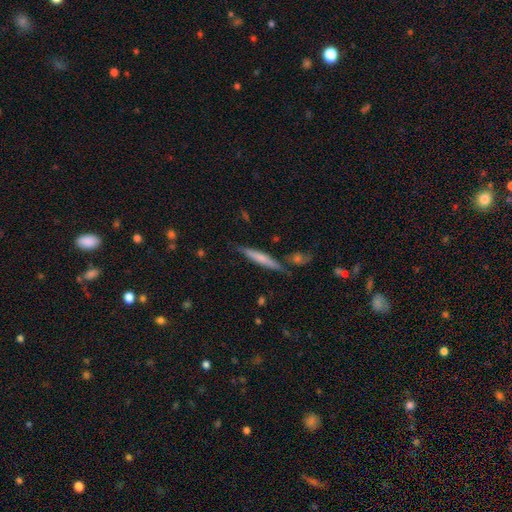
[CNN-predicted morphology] smooth_or_featured: smooth (p=0.48) [alt: featured or disk p=0.44]
merging: none (p=0.81) [alt: minor disturbance p=0.11]